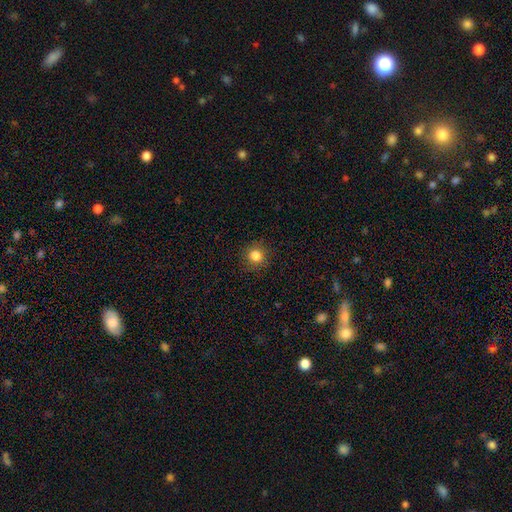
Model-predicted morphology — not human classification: The model was most divided on "smooth or featured": smooth: 84%, star or artifact: 12%, featured or disk: 5%. More confident: how rounded — round (90%); merging — none (89%).